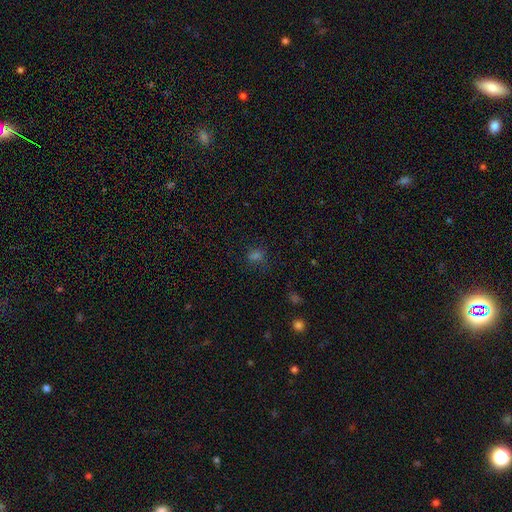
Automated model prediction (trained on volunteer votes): Q: Smooth or featured?
A: smooth (55%); runner-up: star or artifact (37%)
Q: How rounded?
A: round (64%); runner-up: in between (34%)
Q: Merging?
A: none (73%); runner-up: minor disturbance (16%)